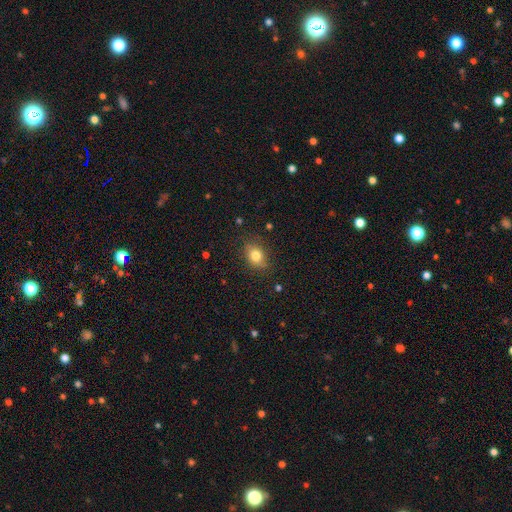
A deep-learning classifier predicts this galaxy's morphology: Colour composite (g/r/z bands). It shows a smooth galaxy with no disk features (79%) that is in between round and cigar-shaped (61%). Merging: none (78%).